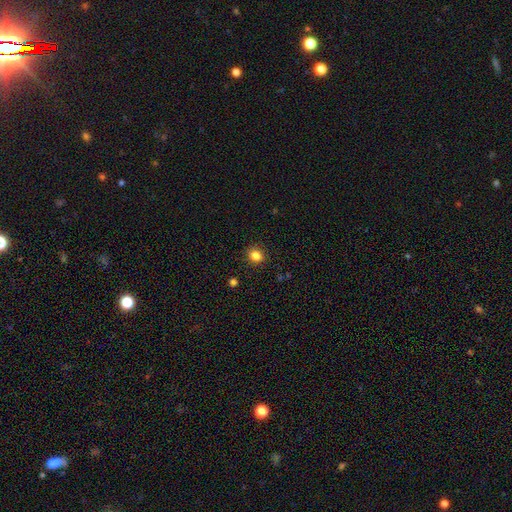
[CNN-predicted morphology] Q: Smooth or featured?
A: smooth (84%); runner-up: star or artifact (12%)
Q: How rounded?
A: round (68%); runner-up: in between (31%)
Q: Merging?
A: none (89%); runner-up: minor disturbance (8%)